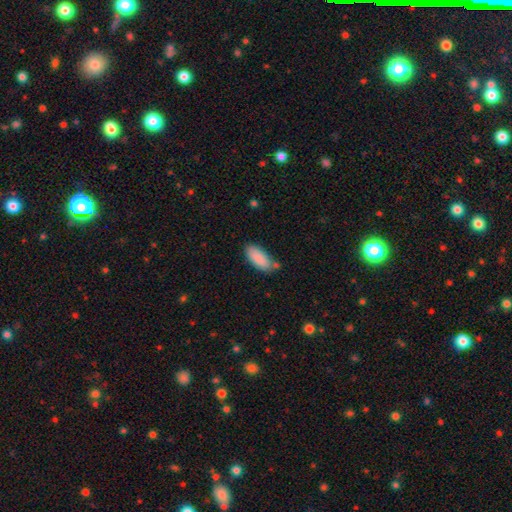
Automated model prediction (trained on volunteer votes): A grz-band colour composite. It shows a smooth galaxy with no disk features (88%) that is in between round and cigar-shaped (85%). Merging: none (65%).